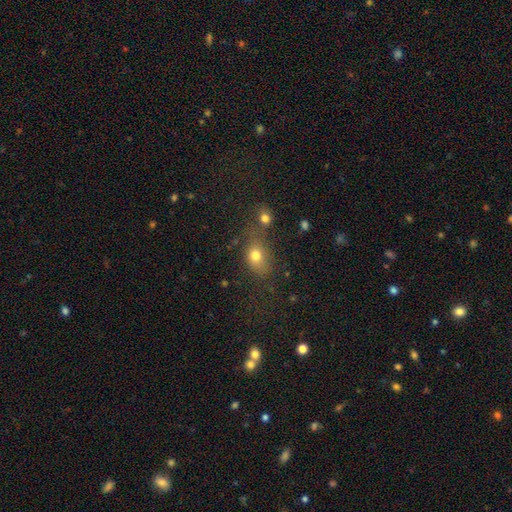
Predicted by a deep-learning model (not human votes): smooth 76%, star or artifact 14%, featured or disk 11%. Down the decision tree: how rounded — in between (63%); merging — none (48%).